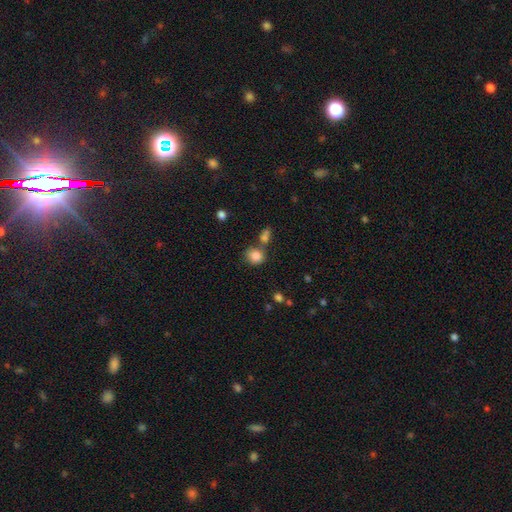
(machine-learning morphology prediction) Q: Smooth or featured?
A: smooth (84%); runner-up: star or artifact (10%)
Q: How rounded?
A: round (79%); runner-up: in between (20%)
Q: Merging?
A: none (60%); runner-up: merger (22%)